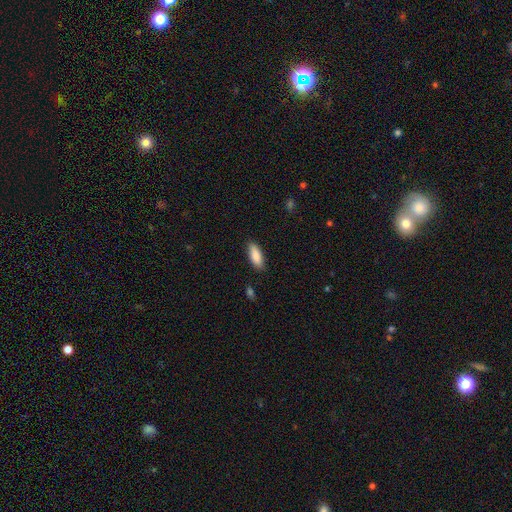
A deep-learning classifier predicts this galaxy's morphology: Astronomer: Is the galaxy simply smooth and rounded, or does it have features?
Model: smooth — 88%.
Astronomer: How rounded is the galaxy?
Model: in between — 73%.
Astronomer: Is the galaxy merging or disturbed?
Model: none — 86%.